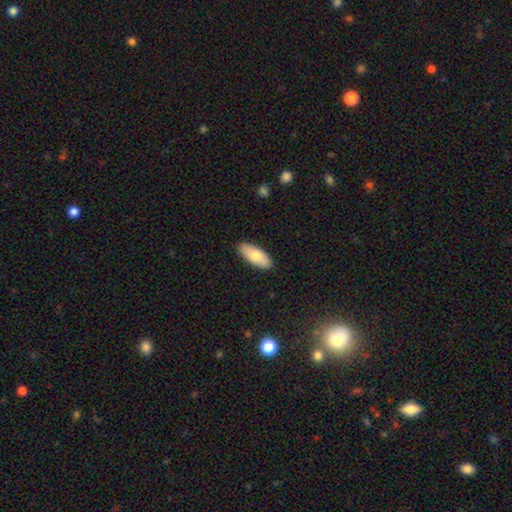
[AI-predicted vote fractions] A smooth galaxy with no disk features (79%) that is in between round and cigar-shaped (85%). Merging: none (89%).